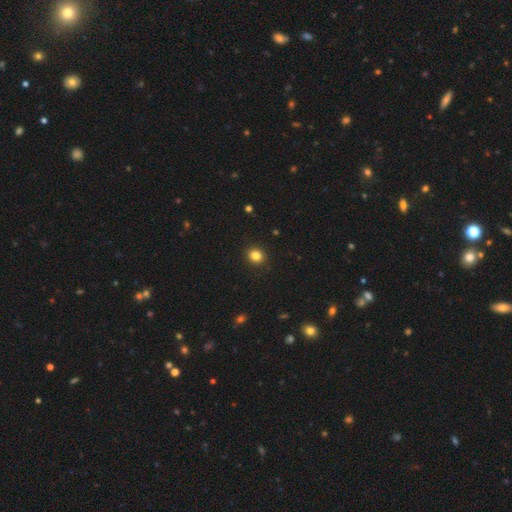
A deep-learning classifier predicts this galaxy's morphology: Smooth or featured: smooth — 83% (star or artifact — 12%)
How rounded: round — 79% (in between — 20%)
Merging: none — 92% (minor disturbance — 5%)